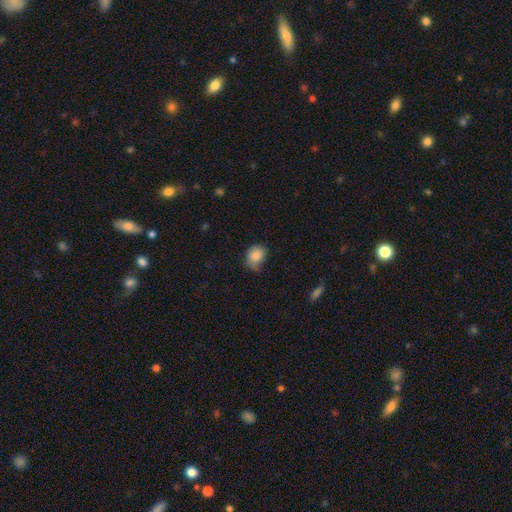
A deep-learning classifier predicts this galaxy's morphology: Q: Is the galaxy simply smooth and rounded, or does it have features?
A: smooth — 85%.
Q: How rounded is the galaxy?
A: in between — 50%.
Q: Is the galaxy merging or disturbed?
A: none — 52%.